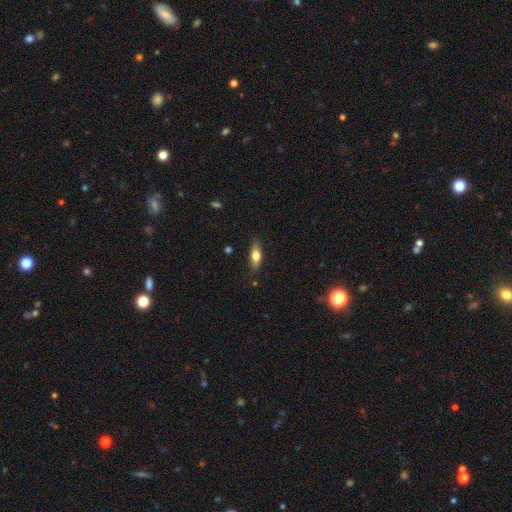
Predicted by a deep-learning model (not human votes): This appears to be a smooth galaxy with no disk features (68%) that is in between round and cigar-shaped (67%). Merging: none (83%).